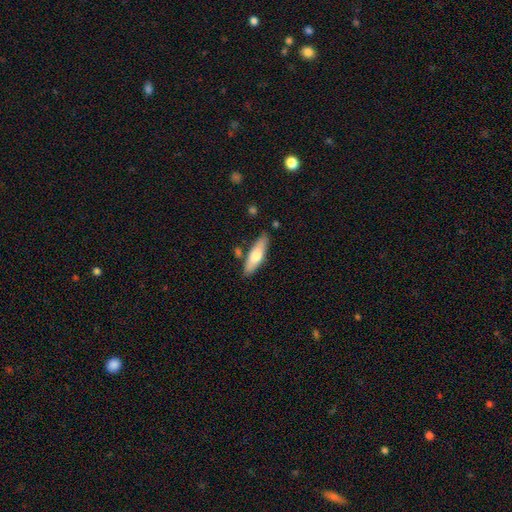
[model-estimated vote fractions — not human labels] smooth-or-featured: smooth: 62% | featured or disk: 33% | star or artifact: 5%
  how-rounded: cigar-shaped: 55% | in between: 43% | round: 2%
  merging: none: 80% | minor disturbance: 12% | merger: 5% | major disturbance: 2%